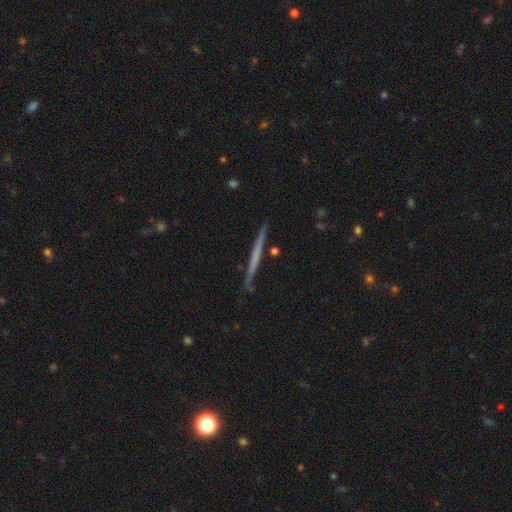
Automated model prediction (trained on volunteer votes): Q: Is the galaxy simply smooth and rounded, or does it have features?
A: featured or disk — 57%.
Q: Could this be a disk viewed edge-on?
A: yes — 97%.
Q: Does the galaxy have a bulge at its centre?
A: none — 87%.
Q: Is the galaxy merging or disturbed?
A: none — 88%.